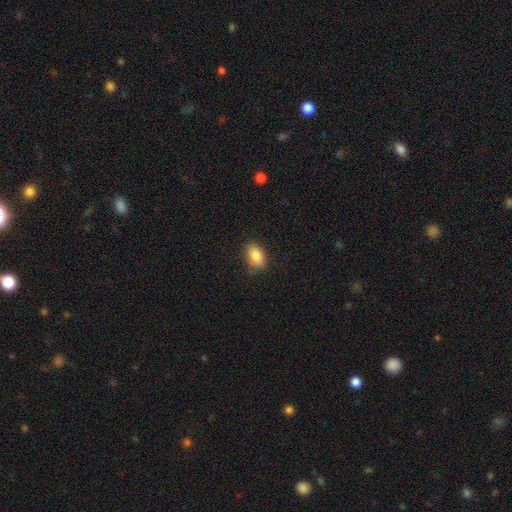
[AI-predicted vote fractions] Overall: smooth (84%). How rounded: in between (88%). Merging: none (79%).